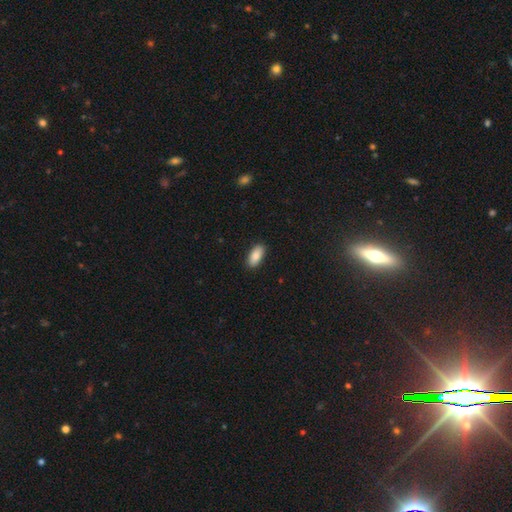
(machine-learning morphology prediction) A smooth galaxy with no disk features (88%) that is in between round and cigar-shaped (90%).

Vote fractions:
- Smooth or featured? smooth: 88% / star or artifact: 6% / featured or disk: 6%
- How rounded? in between: 90% / cigar-shaped: 8% / round: 2%
- Merging? none: 89% / minor disturbance: 8% / major disturbance: 2% / merger: 1%